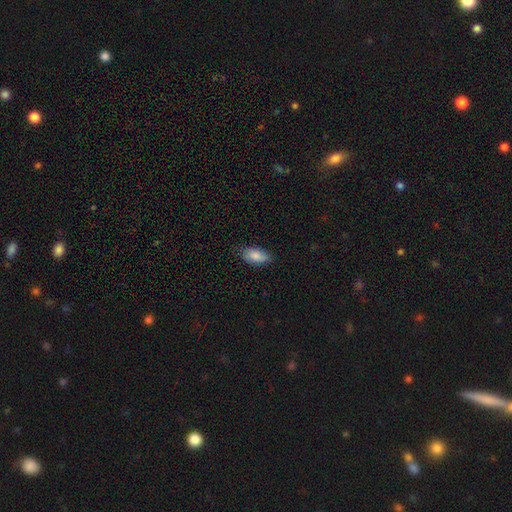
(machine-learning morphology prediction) A smooth galaxy with no disk features (86%) that is in between round and cigar-shaped (91%). Merging: none (78%).